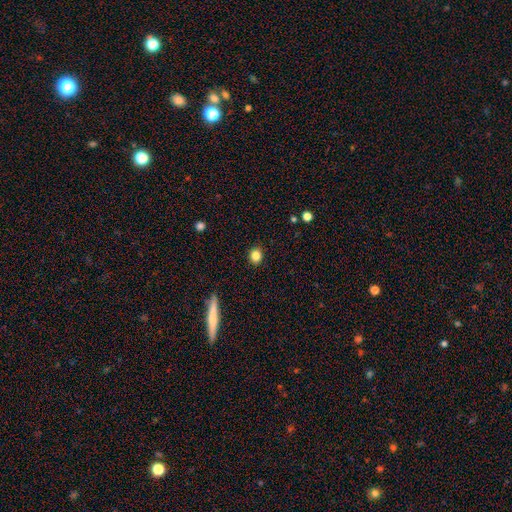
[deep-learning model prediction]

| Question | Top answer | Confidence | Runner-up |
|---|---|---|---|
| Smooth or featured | smooth | 84% | star or artifact (11%) |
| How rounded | round | 75% | in between (23%) |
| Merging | none | 90% | minor disturbance (7%) |